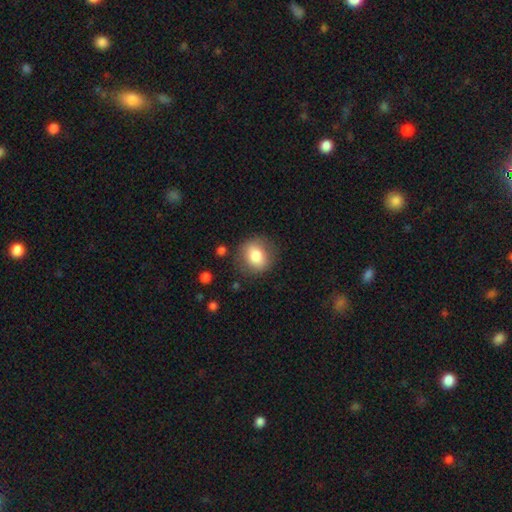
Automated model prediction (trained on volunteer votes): This is likely a smooth galaxy (78%). How rounded: likely round (72%). Merging: likely none (80%).